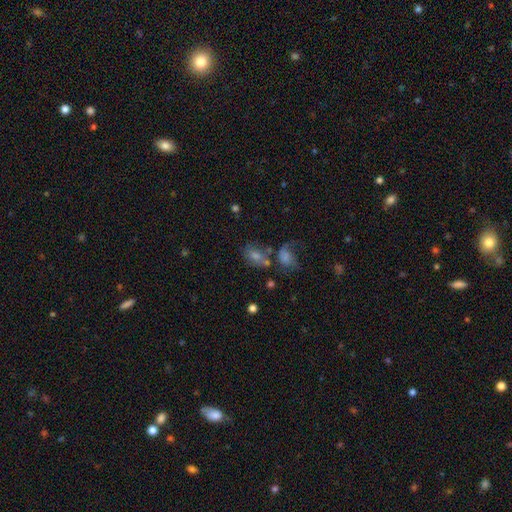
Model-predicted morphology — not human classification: smooth-or-featured: smooth: 53% | featured or disk: 26% | star or artifact: 21%
  how-rounded: in between: 67% | round: 31% | cigar-shaped: 2%
  merging: none: 43% | merger: 28% | minor disturbance: 16% | major disturbance: 13%